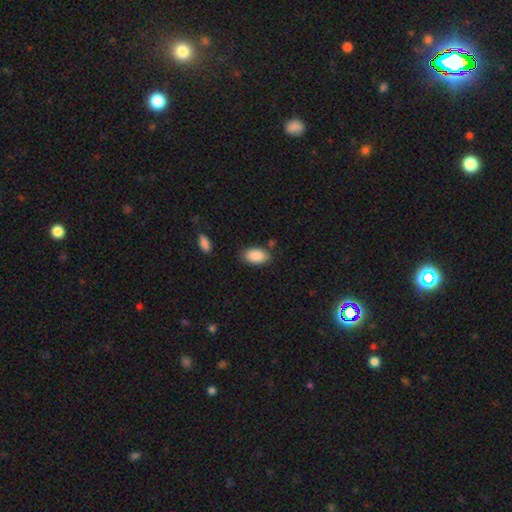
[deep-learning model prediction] Q: Smooth or featured?
A: smooth (90%); runner-up: star or artifact (6%)
Q: How rounded?
A: in between (93%); runner-up: round (5%)
Q: Merging?
A: none (80%); runner-up: minor disturbance (14%)